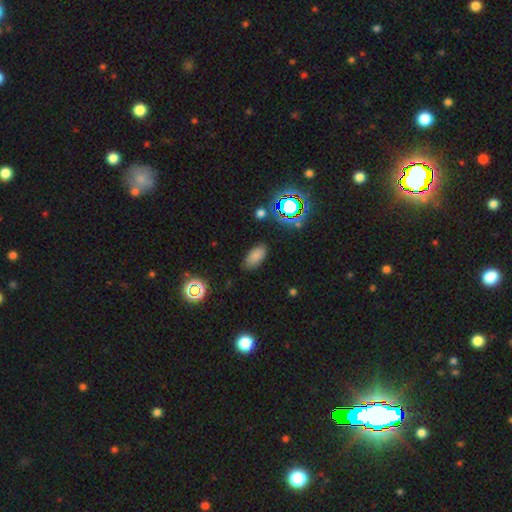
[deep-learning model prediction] smooth 77%, star or artifact 16%, featured or disk 6%. Down the decision tree: how rounded — in between (92%); merging — none (82%).